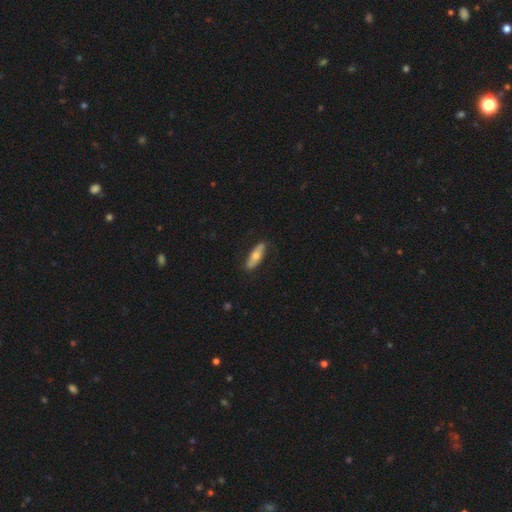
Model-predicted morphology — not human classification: A smooth galaxy with no disk features (58%) that is in between round and cigar-shaped (49%). Merging: none (83%).